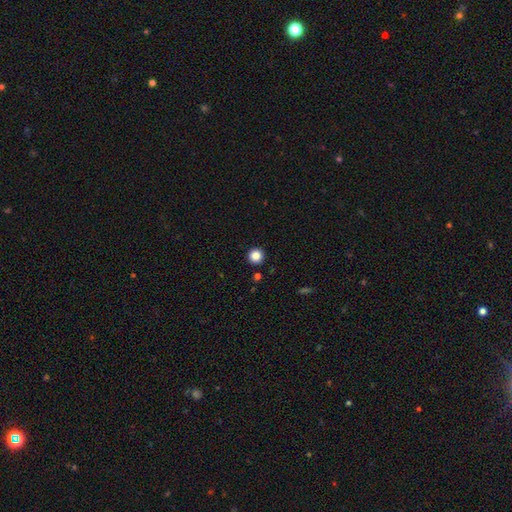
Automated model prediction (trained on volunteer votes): smooth-or-featured: smooth: 85% | star or artifact: 11% | featured or disk: 4%
  how-rounded: round: 96% | in between: 3% | cigar-shaped: 1%
  merging: none: 93% | minor disturbance: 4% | merger: 1% | major disturbance: 1%